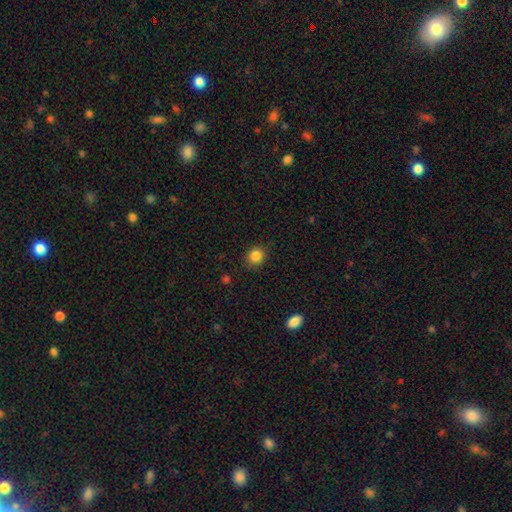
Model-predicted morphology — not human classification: Smooth or featured: smooth — 85% (star or artifact — 11%)
How rounded: round — 83% (in between — 16%)
Merging: none — 87% (minor disturbance — 9%)